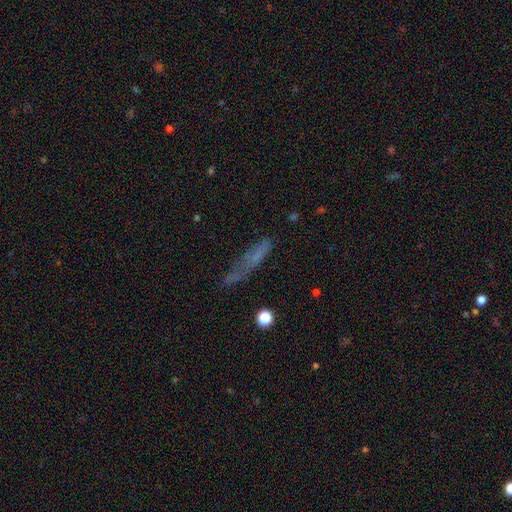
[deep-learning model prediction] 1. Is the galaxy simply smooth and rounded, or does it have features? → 56% smooth, 28% featured or disk, 15% star or artifact.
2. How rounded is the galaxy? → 78% cigar-shaped, 19% in between, 3% round.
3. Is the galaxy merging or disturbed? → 52% none, 25% minor disturbance, 18% major disturbance, 5% merger.